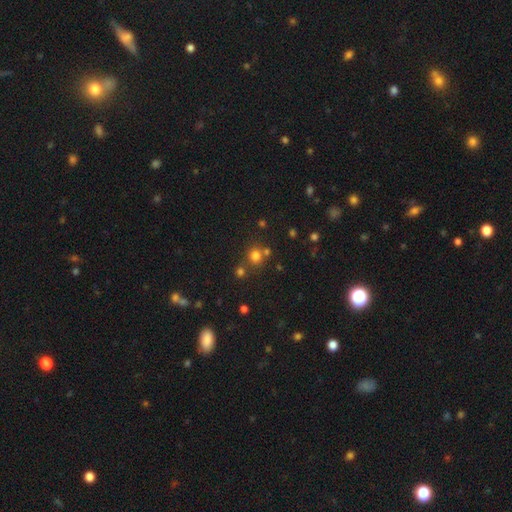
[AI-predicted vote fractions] This is likely a smooth galaxy (73%). How rounded: clearly round (86%). Merging: likely none (68%).